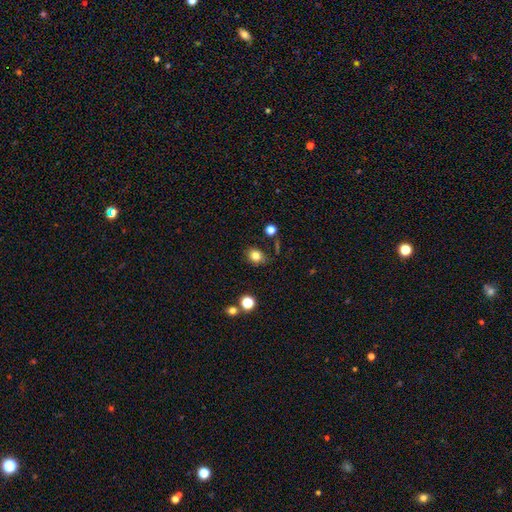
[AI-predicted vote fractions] Smooth or featured? Predicted: smooth (p=0.81). How rounded? Predicted: round (p=0.56). Merging? Predicted: none (p=0.76).